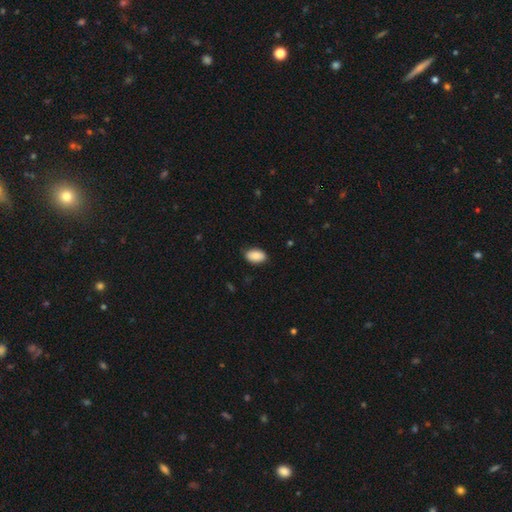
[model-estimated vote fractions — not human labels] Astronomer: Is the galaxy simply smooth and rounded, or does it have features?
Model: smooth — 87%.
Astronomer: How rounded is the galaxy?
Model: in between — 93%.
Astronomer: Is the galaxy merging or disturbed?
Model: none — 83%.